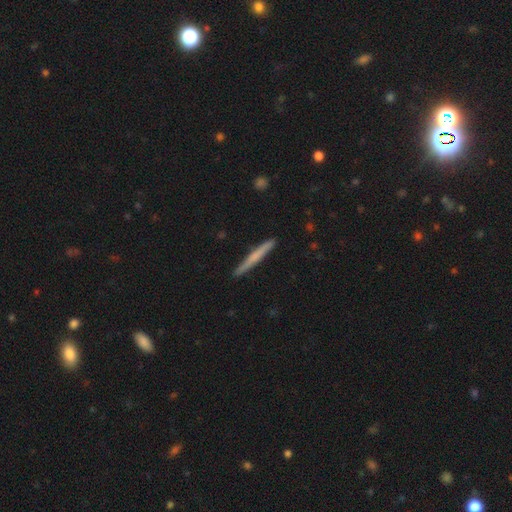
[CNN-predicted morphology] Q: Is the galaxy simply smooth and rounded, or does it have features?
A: smooth — 55%.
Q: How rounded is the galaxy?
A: cigar-shaped — 97%.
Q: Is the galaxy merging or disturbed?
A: none — 91%.